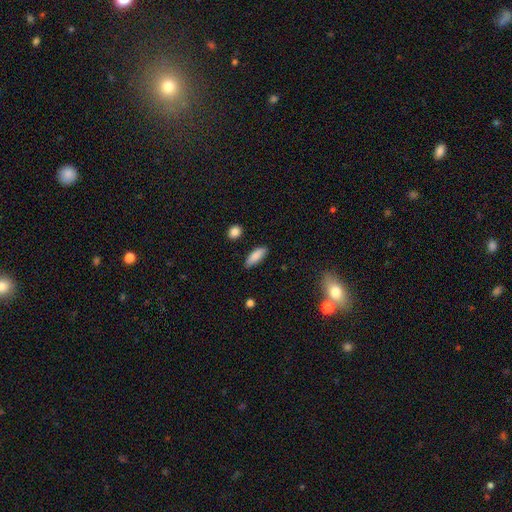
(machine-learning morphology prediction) Smooth or featured?
  - smooth: 86% *
  - featured or disk: 7%
  - star or artifact: 7%
How rounded?
  - in between: 63% *
  - cigar-shaped: 35%
  - round: 2%
Merging?
  - none: 82% *
  - minor disturbance: 14%
  - major disturbance: 3%
  - merger: 2%